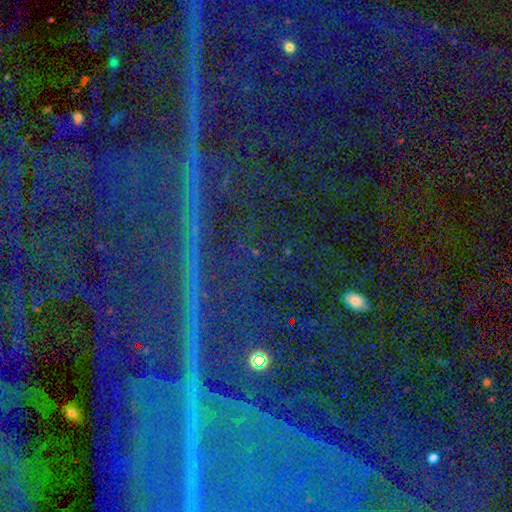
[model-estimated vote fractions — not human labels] Morphology: type=star or artifact (88%).